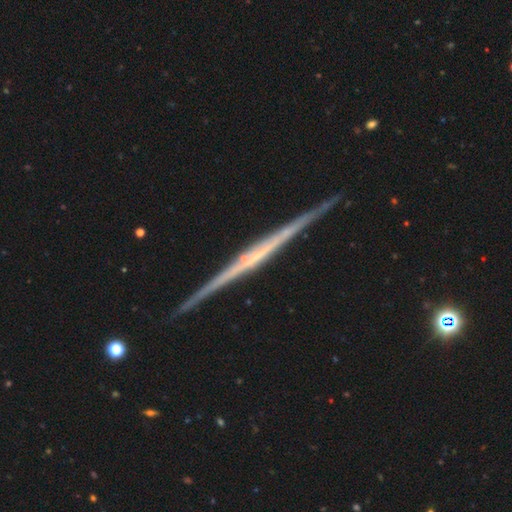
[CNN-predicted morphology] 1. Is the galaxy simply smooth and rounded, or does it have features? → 85% featured or disk, 10% smooth, 5% star or artifact.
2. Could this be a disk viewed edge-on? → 99% yes, 1% no.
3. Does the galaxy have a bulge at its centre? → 59% none, 25% rounded, 16% boxy.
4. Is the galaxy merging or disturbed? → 91% none, 6% minor disturbance, 1% major disturbance, 1% merger.